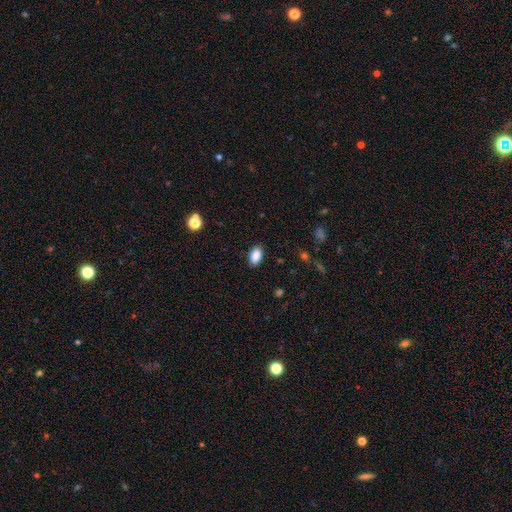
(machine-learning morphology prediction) smooth_or_featured: smooth (p=0.89) [alt: star or artifact p=0.08]
how_rounded: in between (p=0.92) [alt: round p=0.06]
merging: none (p=0.88) [alt: minor disturbance p=0.08]